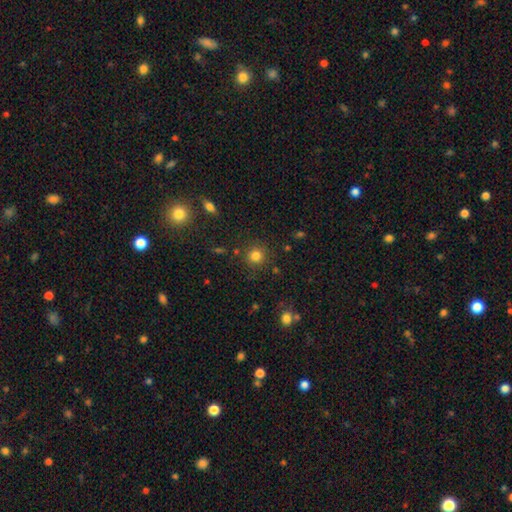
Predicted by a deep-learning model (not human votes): The model was most divided on "smooth or featured": smooth: 80%, star or artifact: 14%, featured or disk: 6%. More confident: how rounded — round (92%); merging — none (85%).